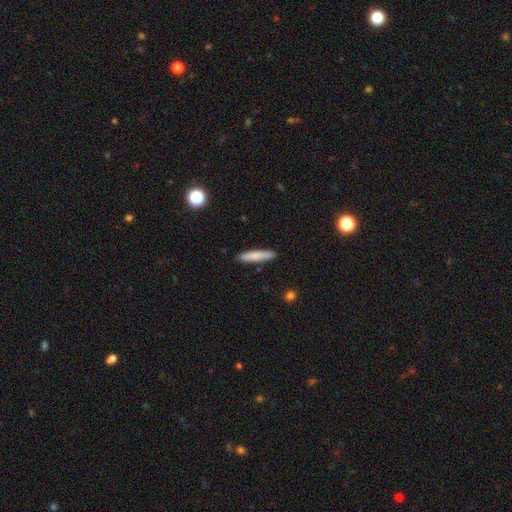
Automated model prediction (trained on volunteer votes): Smooth or featured? Predicted: smooth (p=0.81). How rounded? Predicted: cigar-shaped (p=0.85). Merging? Predicted: none (p=0.88).